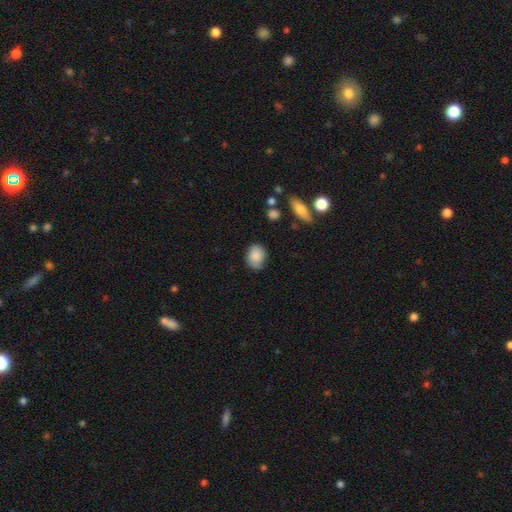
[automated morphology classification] Q: Smooth or featured?
A: smooth (84%); runner-up: featured or disk (8%)
Q: How rounded?
A: in between (58%); runner-up: round (41%)
Q: Merging?
A: none (70%); runner-up: minor disturbance (23%)